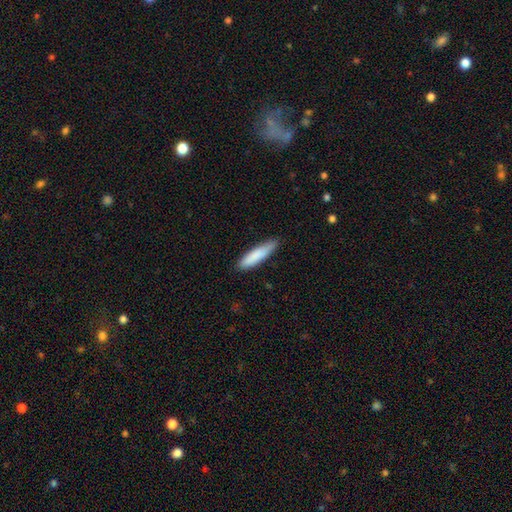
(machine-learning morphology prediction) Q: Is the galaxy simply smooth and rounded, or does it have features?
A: smooth — 84%.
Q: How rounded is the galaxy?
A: cigar-shaped — 80%.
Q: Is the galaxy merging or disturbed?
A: none — 80%.